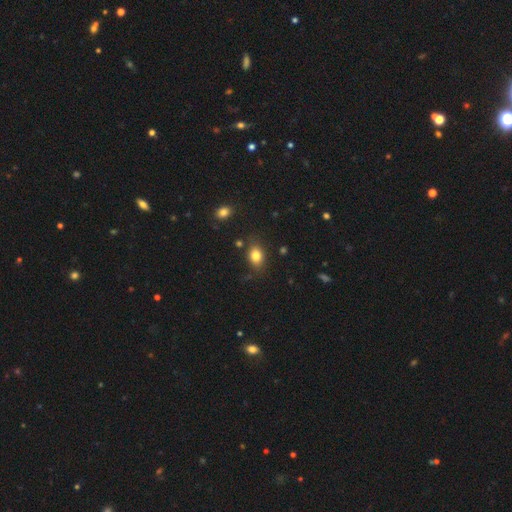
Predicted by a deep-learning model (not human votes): Smooth or featured? Predicted: smooth (p=0.81). How rounded? Predicted: in between (p=0.70). Merging? Predicted: none (p=0.79).